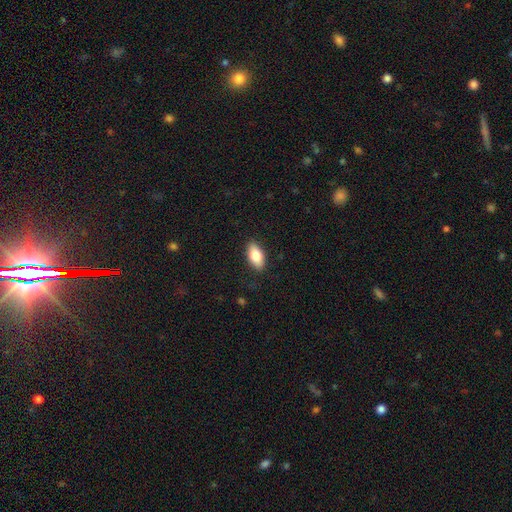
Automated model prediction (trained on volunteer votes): Morphology: type=smooth (81%); roundness=in between (91%); merging=none (87%).